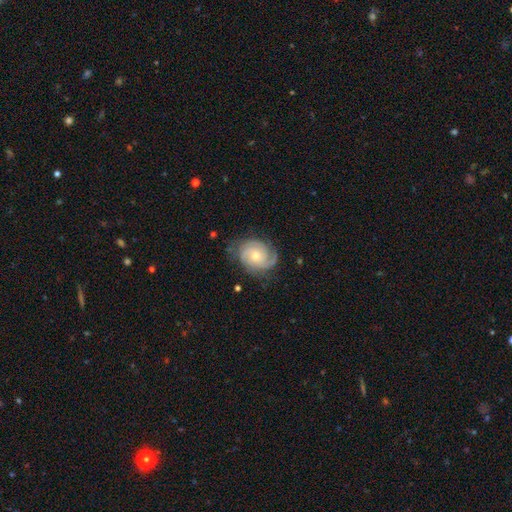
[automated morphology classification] Smooth or featured? Predicted: featured or disk (p=0.84). Edge-on disk? Predicted: no (p=0.98). Bar? Predicted: no (p=0.75). Spiral arms? Predicted: yes (p=0.97). Spiral winding? Predicted: tight (p=0.61). Spiral arm count? Predicted: 3 (p=0.37). Bulge size? Predicted: small (p=0.54). Merging? Predicted: none (p=0.73).